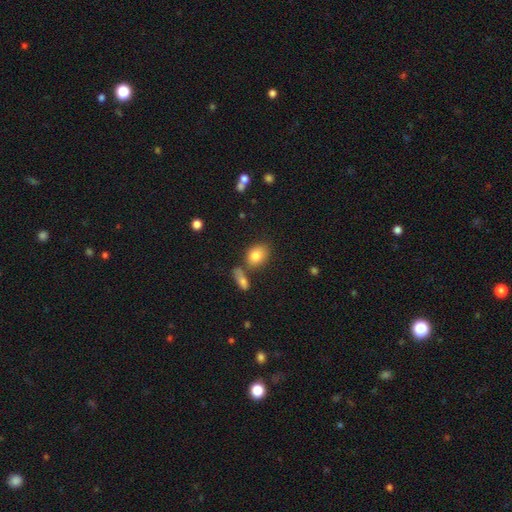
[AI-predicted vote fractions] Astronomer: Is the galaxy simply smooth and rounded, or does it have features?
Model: smooth — 81%.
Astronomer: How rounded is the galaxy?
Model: in between — 66%.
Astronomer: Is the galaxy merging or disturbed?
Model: none — 64%.